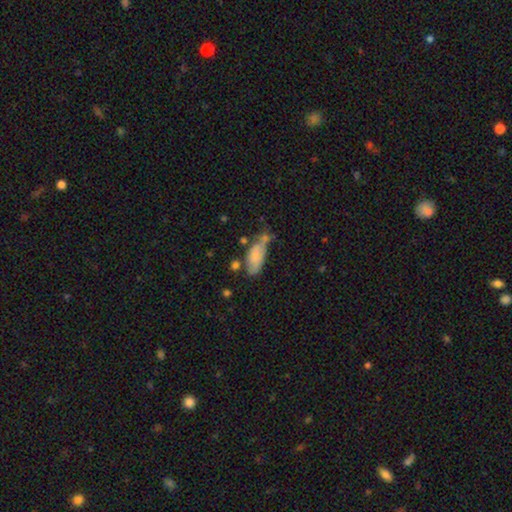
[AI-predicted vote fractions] smooth-or-featured: smooth: 76% | featured or disk: 16% | star or artifact: 8%
  how-rounded: in between: 82% | cigar-shaped: 15% | round: 3%
  merging: none: 36% | minor disturbance: 31% | merger: 18% | major disturbance: 15%